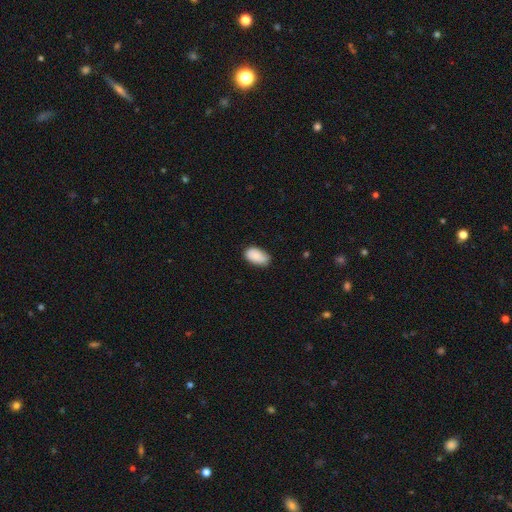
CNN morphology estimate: Smooth or featured? smooth (87%)
How rounded? in between (94%)
Merging? none (73%)